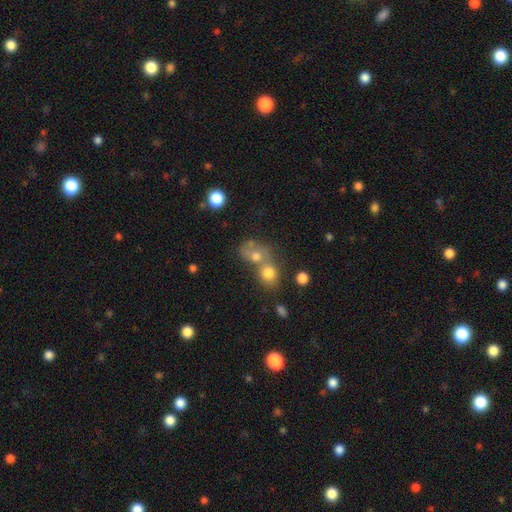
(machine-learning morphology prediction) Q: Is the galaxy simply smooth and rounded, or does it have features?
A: smooth — 69%.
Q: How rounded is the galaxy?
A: round — 62%.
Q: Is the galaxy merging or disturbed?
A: merger — 61%.